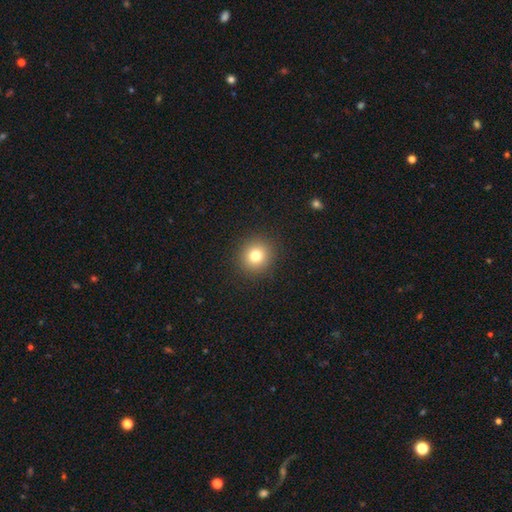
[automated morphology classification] type=smooth (79%); roundness=round (90%); merging=none (91%).